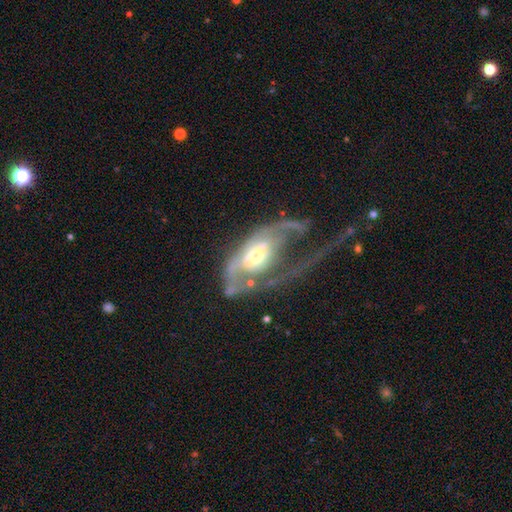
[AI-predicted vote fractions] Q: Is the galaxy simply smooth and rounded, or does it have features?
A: featured or disk — 76%.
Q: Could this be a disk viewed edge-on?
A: no — 94%.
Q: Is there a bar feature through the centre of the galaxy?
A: no — 64%.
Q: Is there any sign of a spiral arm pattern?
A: yes — 72%.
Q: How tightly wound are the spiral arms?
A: loose — 39%.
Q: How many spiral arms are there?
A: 1 — 40%.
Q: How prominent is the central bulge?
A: moderate — 62%.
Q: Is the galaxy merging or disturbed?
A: major disturbance — 61%.